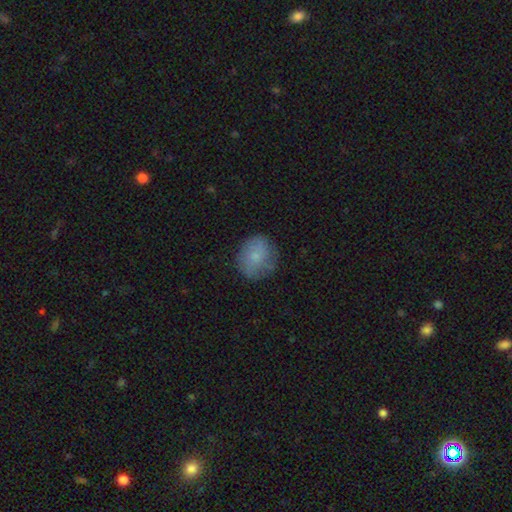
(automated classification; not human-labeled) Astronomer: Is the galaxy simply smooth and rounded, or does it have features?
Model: smooth — 73%.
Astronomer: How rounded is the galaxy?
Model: round — 67%.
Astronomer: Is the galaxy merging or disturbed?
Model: none — 73%.